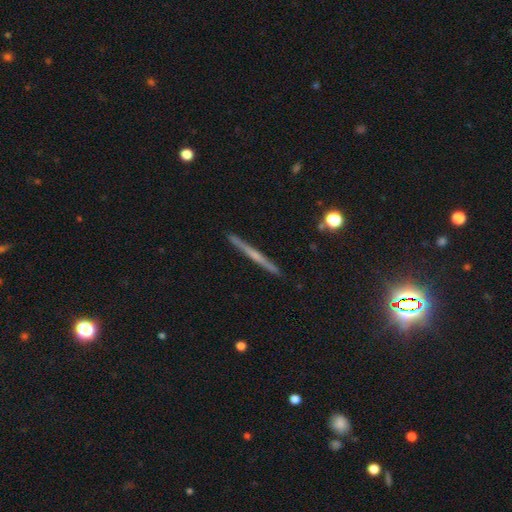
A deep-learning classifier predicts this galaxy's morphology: A featured or disk galaxy (63%) viewed edge-on (98%) with no central bulge (61%). Merging: none (91%).